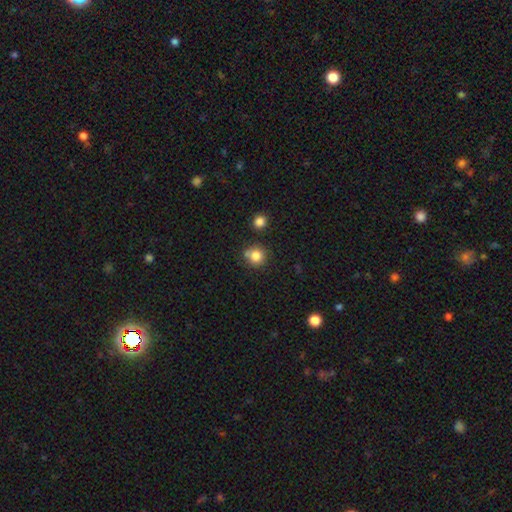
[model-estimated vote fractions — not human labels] Smooth or featured? smooth (82%)
How rounded? round (91%)
Merging? none (70%)